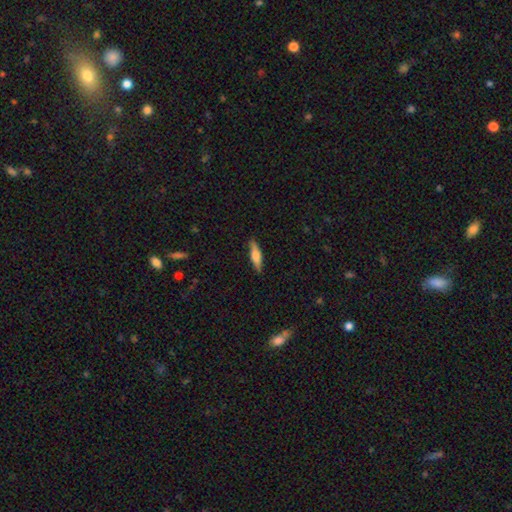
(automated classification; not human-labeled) Smooth or featured? smooth (57%)
How rounded? cigar-shaped (73%)
Merging? none (88%)